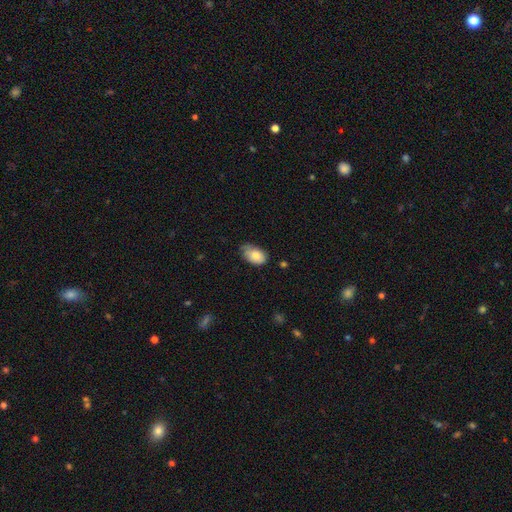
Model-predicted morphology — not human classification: This is likely a smooth galaxy (78%). How rounded: clearly in between (90%). Merging: possibly none (50%).